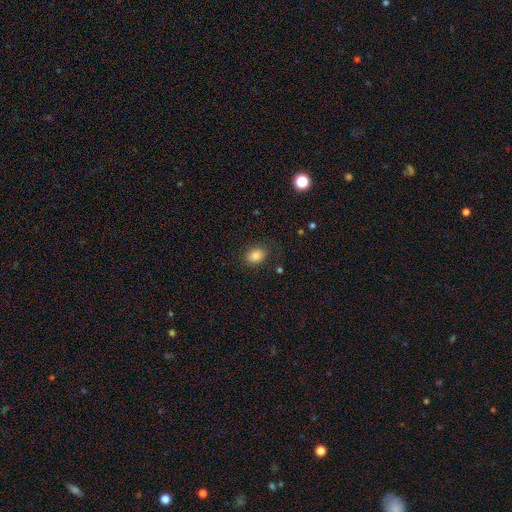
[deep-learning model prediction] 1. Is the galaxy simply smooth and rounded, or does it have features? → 85% smooth, 10% star or artifact, 6% featured or disk.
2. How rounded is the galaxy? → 62% in between, 37% round, 1% cigar-shaped.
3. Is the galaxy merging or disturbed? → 83% none, 12% minor disturbance, 4% major disturbance, 1% merger.